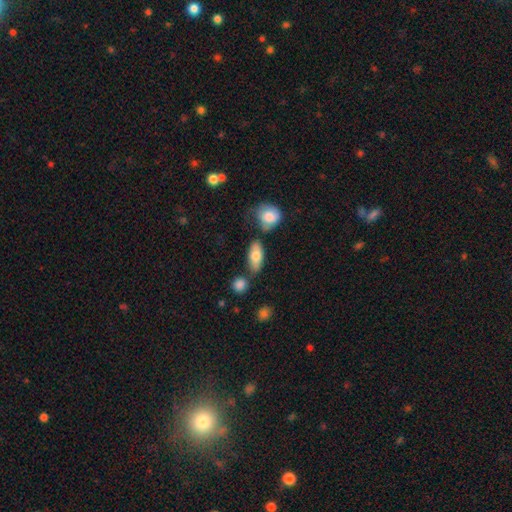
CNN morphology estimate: Smooth or featured: smooth — 75% (featured or disk — 18%)
How rounded: in between — 82% (cigar-shaped — 13%)
Merging: none — 69% (minor disturbance — 15%)